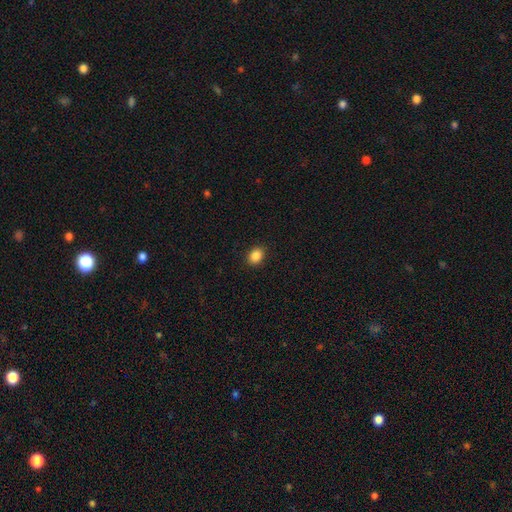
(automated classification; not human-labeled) This is clearly a smooth galaxy (87%). How rounded: possibly in between (55%). Merging: clearly none (91%).